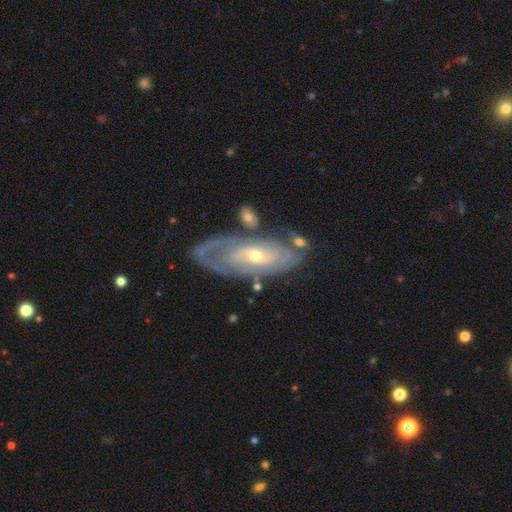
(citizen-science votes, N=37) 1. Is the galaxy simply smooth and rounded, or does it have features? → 84% featured or disk, 16% smooth, 0% star or artifact.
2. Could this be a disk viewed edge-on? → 97% no, 3% yes.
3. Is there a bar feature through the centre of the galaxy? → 70% no, 20% weak, 10% strong.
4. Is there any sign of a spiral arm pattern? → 87% yes, 13% no.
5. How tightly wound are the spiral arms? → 81% tight, 19% medium, 0% loose.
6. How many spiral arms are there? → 50% can't tell, 35% 2, 8% 1, 8% 3, 0% 4, 0% more than 4.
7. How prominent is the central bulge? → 70% small, 30% moderate, 0% dominant, 0% large, 0% none.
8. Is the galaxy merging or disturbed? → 59% none, 27% minor disturbance, 8% merger, 5% major disturbance.